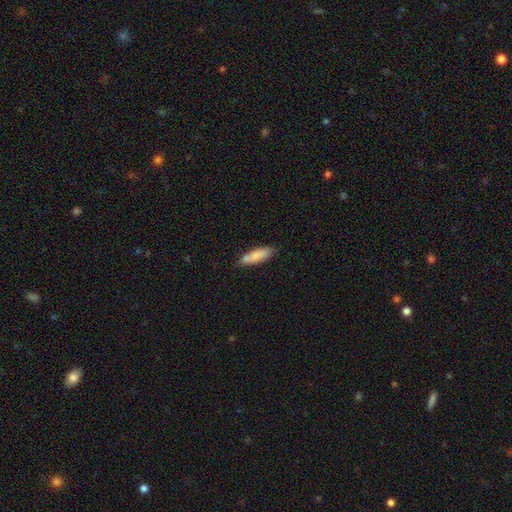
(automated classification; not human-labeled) smooth-or-featured: smooth: 79% | featured or disk: 14% | star or artifact: 7%
  how-rounded: cigar-shaped: 52% | in between: 46% | round: 2%
  merging: none: 64% | minor disturbance: 19% | merger: 14% | major disturbance: 4%